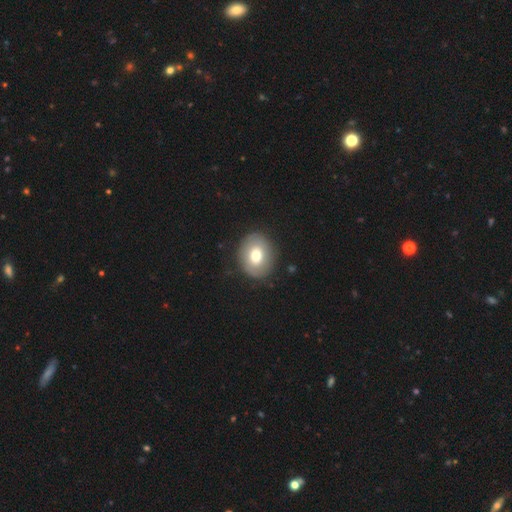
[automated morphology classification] Smooth or featured? smooth (69%)
How rounded? round (57%)
Merging? none (85%)